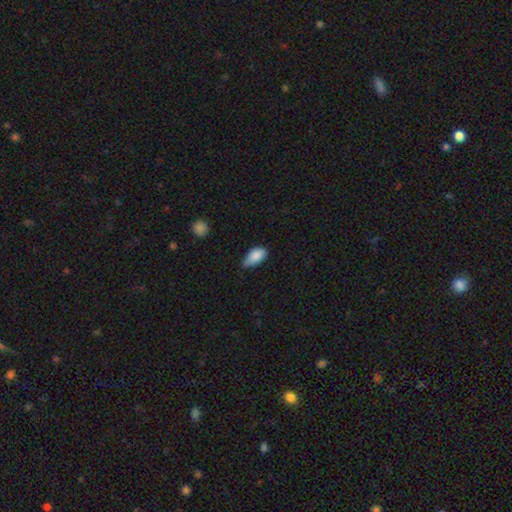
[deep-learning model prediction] Smooth or featured? Predicted: smooth (p=0.86). How rounded? Predicted: in between (p=0.93). Merging? Predicted: minor disturbance (p=0.49).